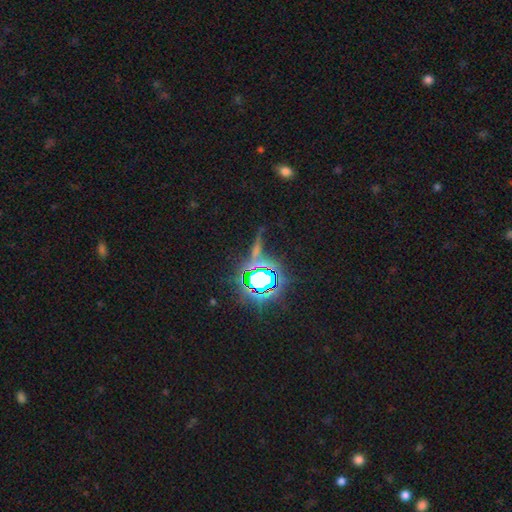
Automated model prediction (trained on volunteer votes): Q: Smooth or featured?
A: star or artifact (70%); runner-up: smooth (16%)